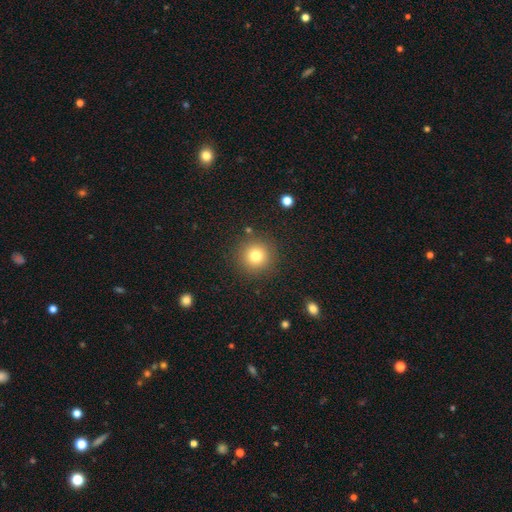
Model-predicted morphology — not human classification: smooth 78%, star or artifact 14%, featured or disk 9%. Down the decision tree: how rounded — round (95%); merging — none (89%).